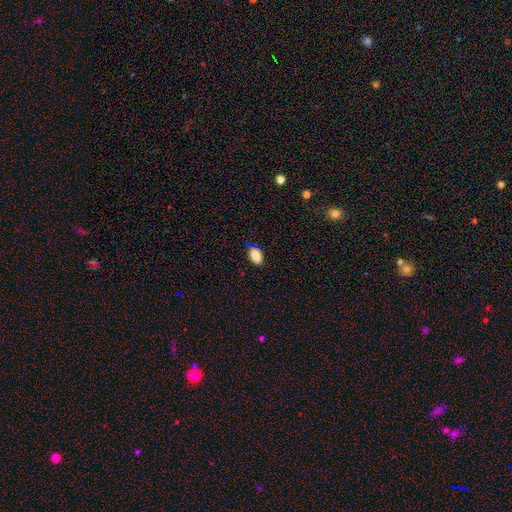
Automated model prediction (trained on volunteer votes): Overall: smooth (82%). How rounded: in between (89%). Merging: none (82%).